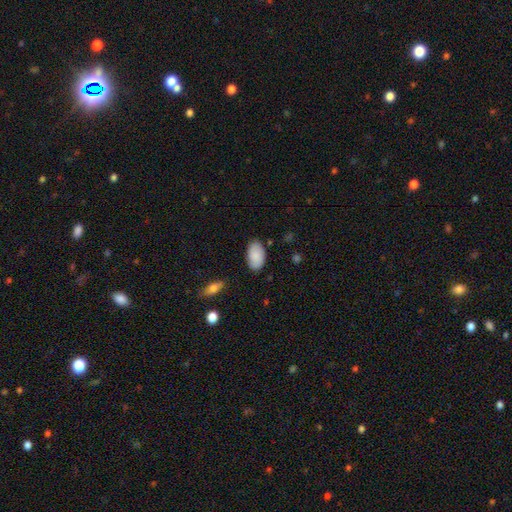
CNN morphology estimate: A smooth galaxy with no disk features (86%) that is in between round and cigar-shaped (95%).

Vote fractions:
- Smooth or featured? smooth: 86% / featured or disk: 8% / star or artifact: 6%
- How rounded? in between: 95% / round: 4% / cigar-shaped: 1%
- Merging? none: 84% / minor disturbance: 12% / major disturbance: 2% / merger: 2%